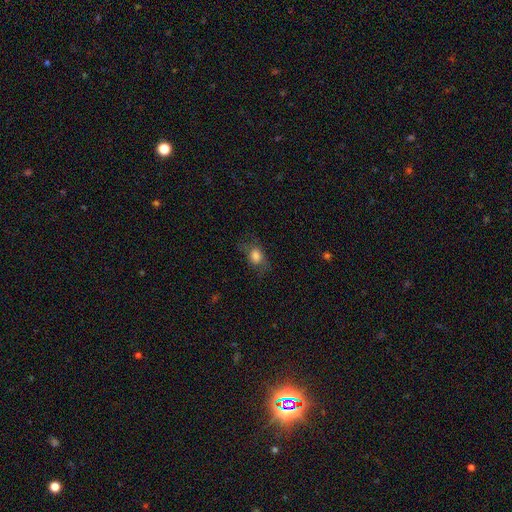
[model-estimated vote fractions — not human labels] Smooth or featured?
  - smooth: 73% *
  - featured or disk: 16%
  - star or artifact: 11%
How rounded?
  - in between: 61% *
  - round: 36%
  - cigar-shaped: 3%
Merging?
  - none: 58% *
  - minor disturbance: 22%
  - major disturbance: 18%
  - merger: 2%